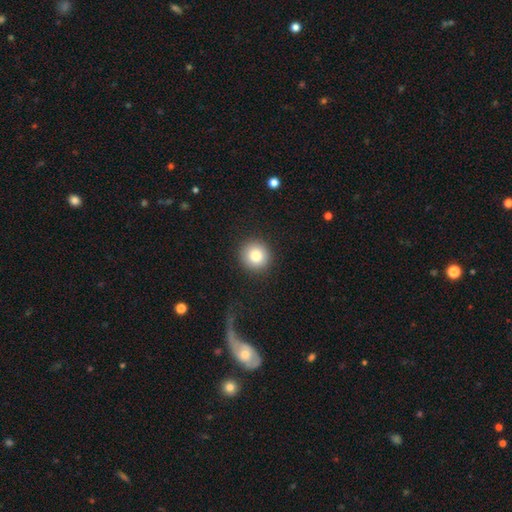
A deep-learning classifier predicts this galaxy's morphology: smooth 83%, star or artifact 9%, featured or disk 8%. Down the decision tree: how rounded — round (94%); merging — none (90%).